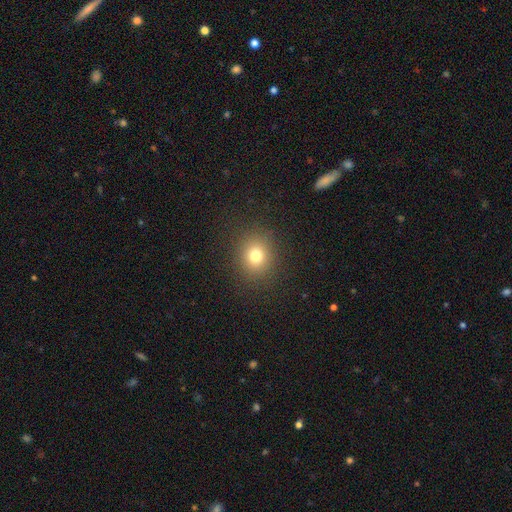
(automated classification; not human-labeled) A smooth galaxy with no disk features (77%) that is round (81%). Merging: none (89%).